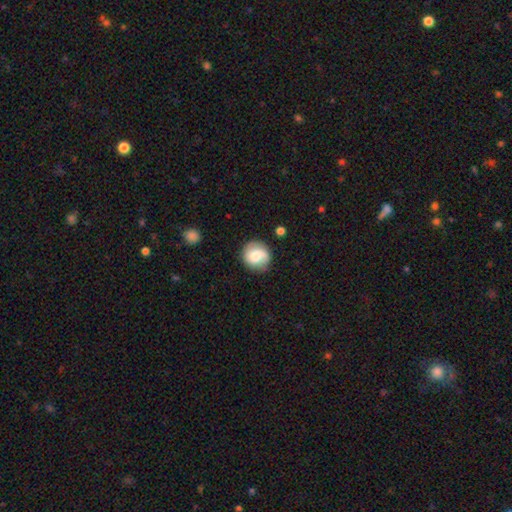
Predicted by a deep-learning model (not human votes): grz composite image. It shows a smooth galaxy with no disk features (56%) that is round (87%). Merging: none (76%).